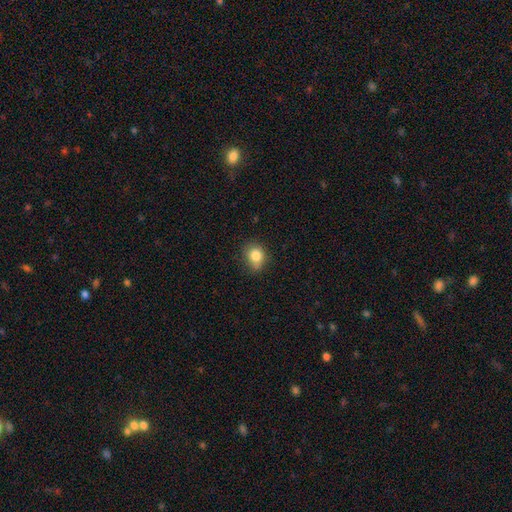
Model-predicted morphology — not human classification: Overall: smooth (82%). How rounded: round (64%; in between 35%). Merging: none (67%).